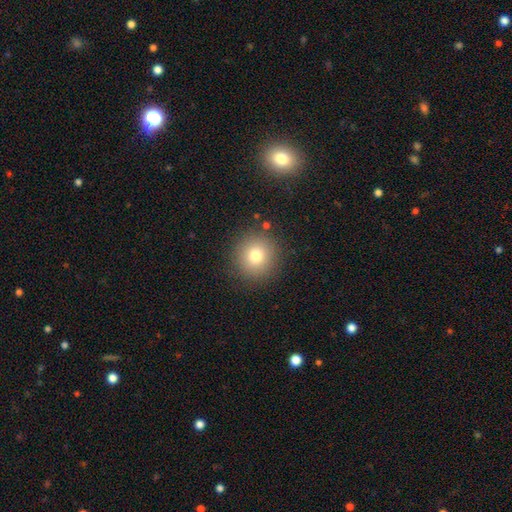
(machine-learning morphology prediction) Smooth or featured?
  - smooth: 76% *
  - star or artifact: 13%
  - featured or disk: 10%
How rounded?
  - round: 94% *
  - in between: 5%
  - cigar-shaped: 1%
Merging?
  - none: 88% *
  - minor disturbance: 7%
  - major disturbance: 3%
  - merger: 2%